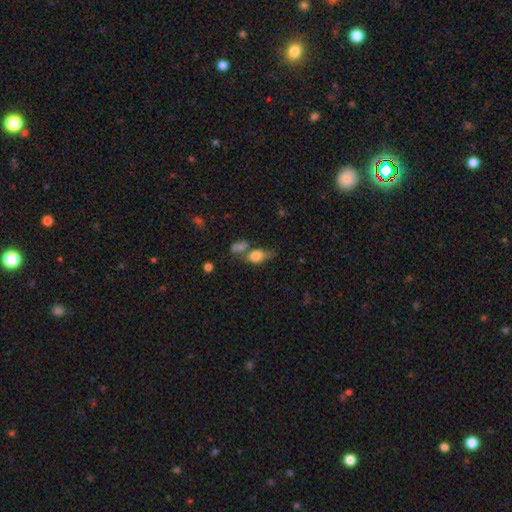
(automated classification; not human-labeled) Overall: smooth (74%). How rounded: in between (63%; round 32%). Merging: merger (37%; none 31%).